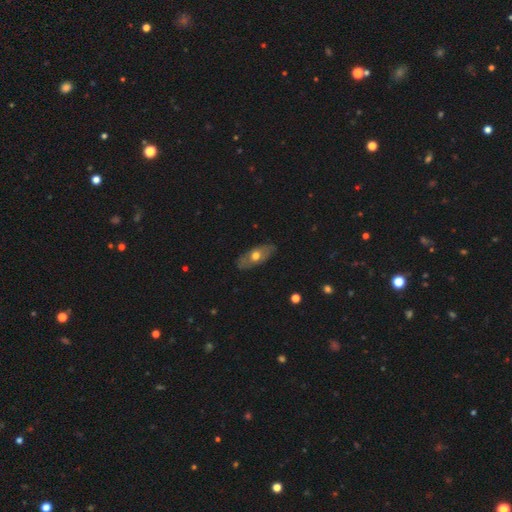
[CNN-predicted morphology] smooth-or-featured: smooth: 49% | featured or disk: 45% | star or artifact: 6%
  merging: none: 83% | minor disturbance: 14% | major disturbance: 3% | merger: 1%